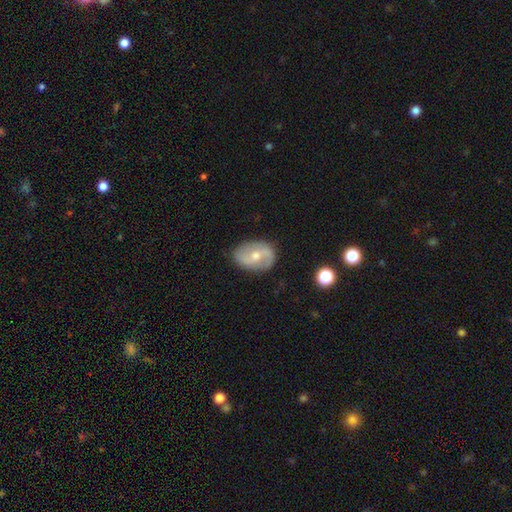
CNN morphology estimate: Smooth or featured?
  - featured or disk: 64% *
  - smooth: 29%
  - star or artifact: 7%
Edge-on disk?
  - no: 96% *
  - yes: 4%
Bar?
  - weak: 44% *
  - no: 38%
  - strong: 18%
Spiral arms?
  - yes: 79% *
  - no: 21%
Bulge size?
  - moderate: 59% *
  - small: 37%
  - large: 2%
  - none: 1%
  - dominant: 1%
Merging?
  - none: 80% *
  - minor disturbance: 15%
  - major disturbance: 4%
  - merger: 1%